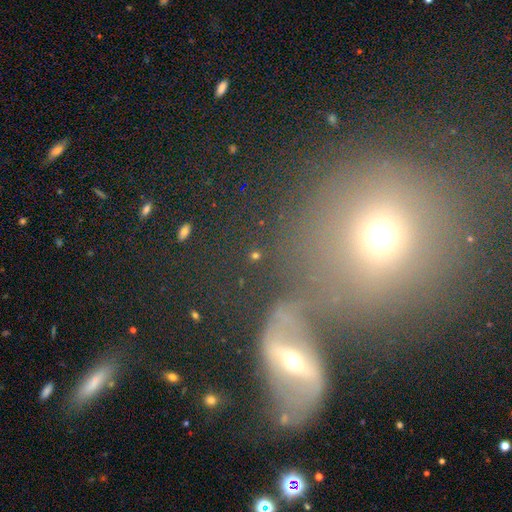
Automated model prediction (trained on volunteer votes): Smooth or featured? Predicted: smooth (p=0.43). Merging? Predicted: none (p=0.52).